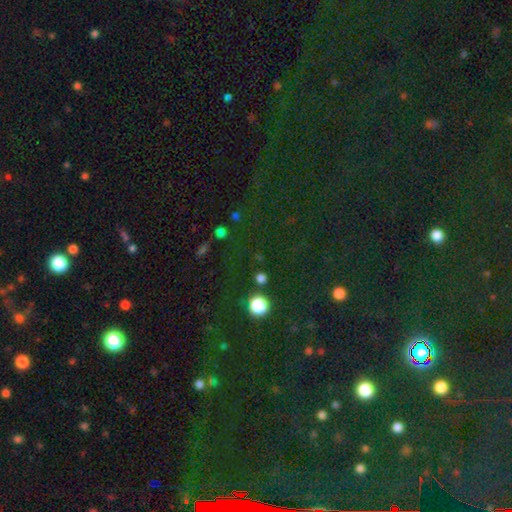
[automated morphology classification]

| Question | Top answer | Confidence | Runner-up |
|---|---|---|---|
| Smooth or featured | star or artifact | 79% | smooth (13%) |